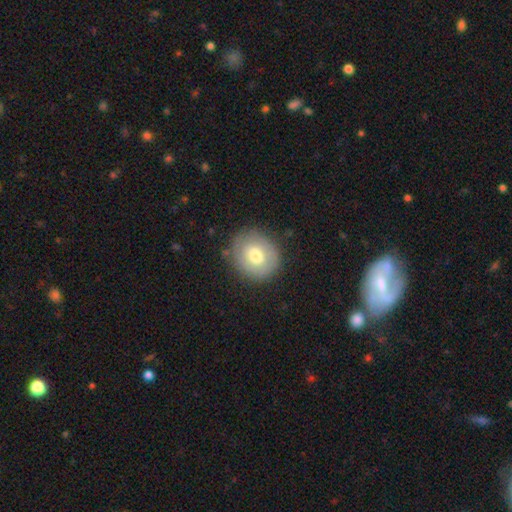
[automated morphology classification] smooth-or-featured: smooth: 64% | featured or disk: 28% | star or artifact: 8%
  how-rounded: round: 77% | in between: 22% | cigar-shaped: 1%
  merging: none: 82% | minor disturbance: 13% | major disturbance: 4% | merger: 1%